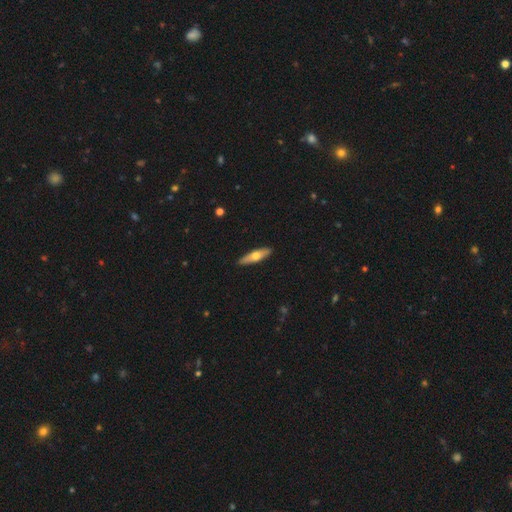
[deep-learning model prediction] Morphology: type=smooth (53%); roundness=cigar-shaped (70%); merging=none (90%).